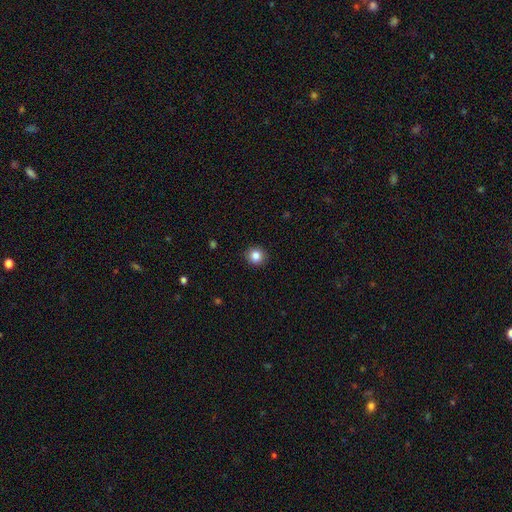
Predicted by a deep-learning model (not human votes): Q: Smooth or featured?
A: smooth (85%); runner-up: star or artifact (10%)
Q: How rounded?
A: round (89%); runner-up: in between (10%)
Q: Merging?
A: none (91%); runner-up: minor disturbance (6%)